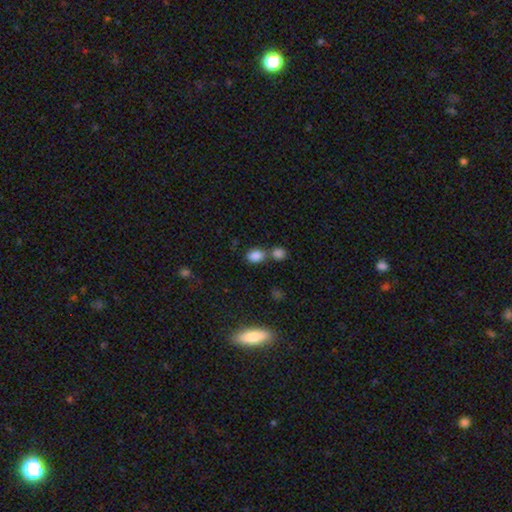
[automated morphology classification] The model was most divided on "merging": none: 52%, merger: 35%, minor disturbance: 10%, major disturbance: 4%. More confident: smooth or featured — smooth (83%); how rounded — in between (73%).